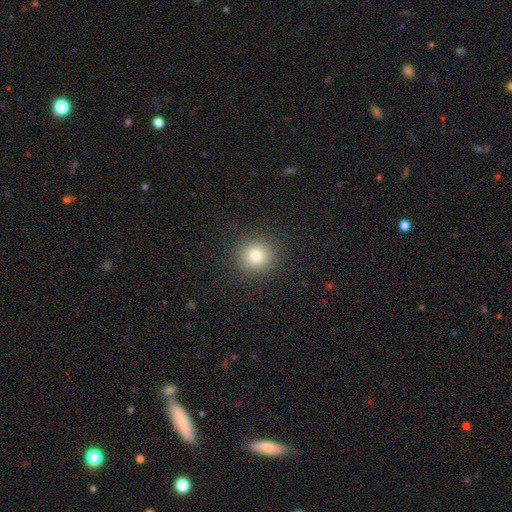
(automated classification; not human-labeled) Smooth or featured? smooth (80%)
How rounded? round (90%)
Merging? none (90%)